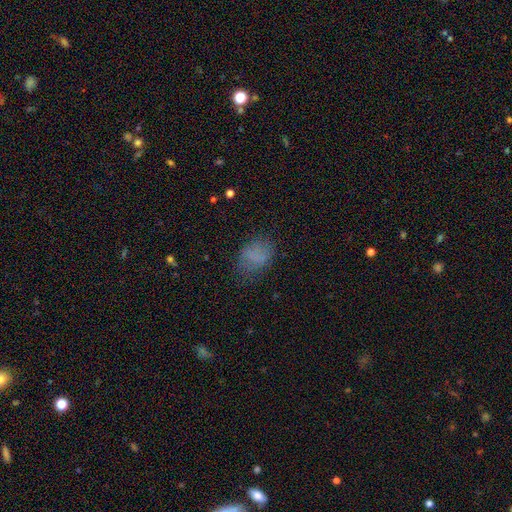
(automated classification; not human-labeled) smooth-or-featured: smooth: 73% | featured or disk: 14% | star or artifact: 14%
  how-rounded: in between: 71% | round: 28% | cigar-shaped: 2%
  merging: none: 67% | minor disturbance: 21% | major disturbance: 10% | merger: 2%